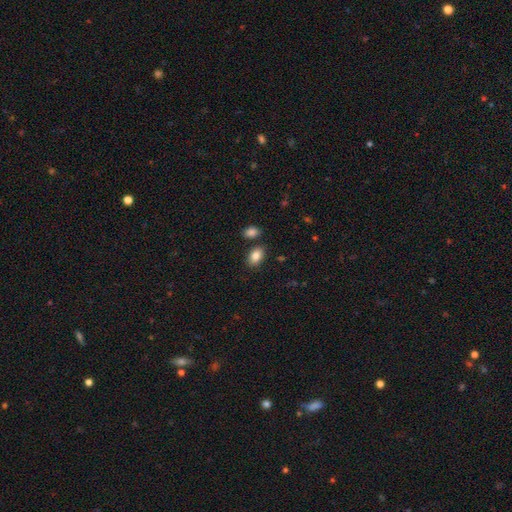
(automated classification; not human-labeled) Overall: smooth (86%). How rounded: in between (88%). Merging: none (80%).